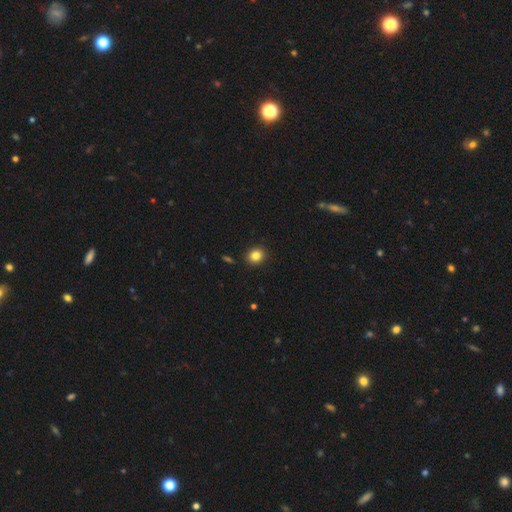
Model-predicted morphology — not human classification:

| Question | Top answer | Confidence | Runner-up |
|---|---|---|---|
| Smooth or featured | smooth | 84% | star or artifact (11%) |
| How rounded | round | 76% | in between (23%) |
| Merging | none | 91% | minor disturbance (6%) |